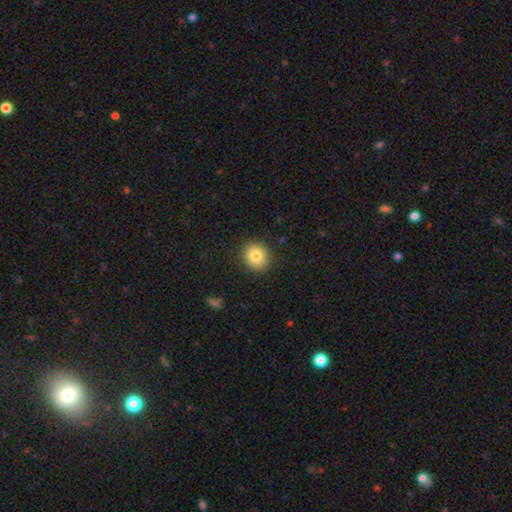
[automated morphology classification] This is clearly a smooth galaxy (82%). How rounded: likely round (79%). Merging: clearly none (88%).